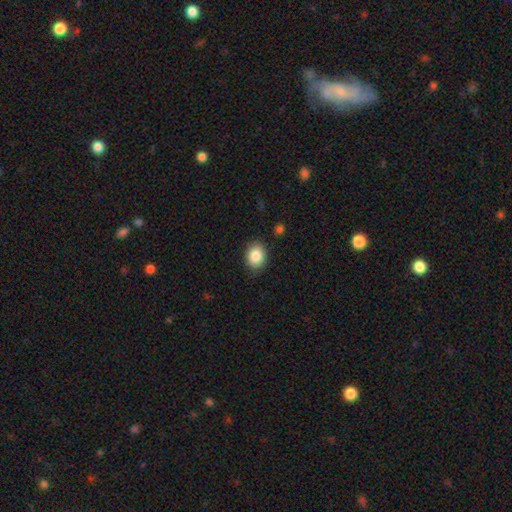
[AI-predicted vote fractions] smooth-or-featured: smooth: 86% | star or artifact: 8% | featured or disk: 6%
  how-rounded: in between: 52% | round: 47% | cigar-shaped: 1%
  merging: none: 85% | minor disturbance: 11% | major disturbance: 2% | merger: 1%